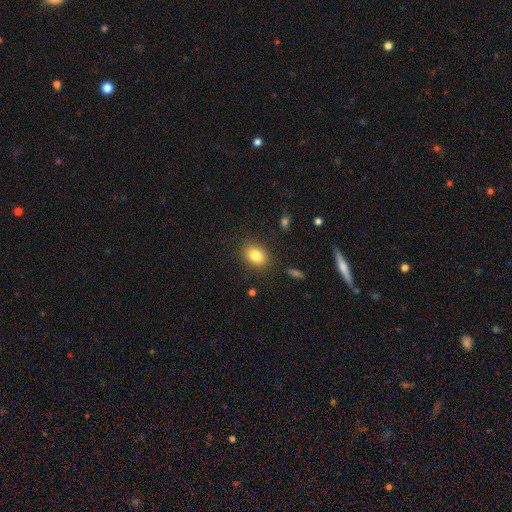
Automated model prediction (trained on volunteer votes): Morphology: type=smooth (83%); roundness=in between (68%); merging=none (86%).